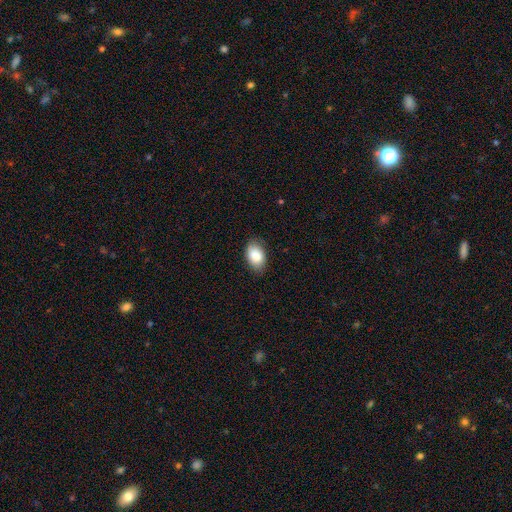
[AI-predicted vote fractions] Smooth or featured? Predicted: smooth (p=0.86). How rounded? Predicted: in between (p=0.90). Merging? Predicted: none (p=0.82).